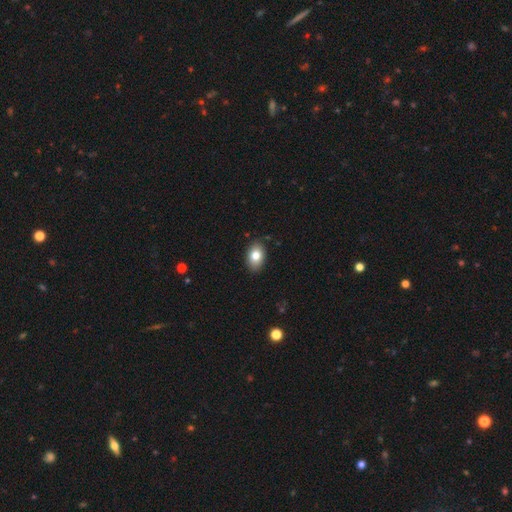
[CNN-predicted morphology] Overall: smooth (81%). How rounded: in between (86%). Merging: none (87%).